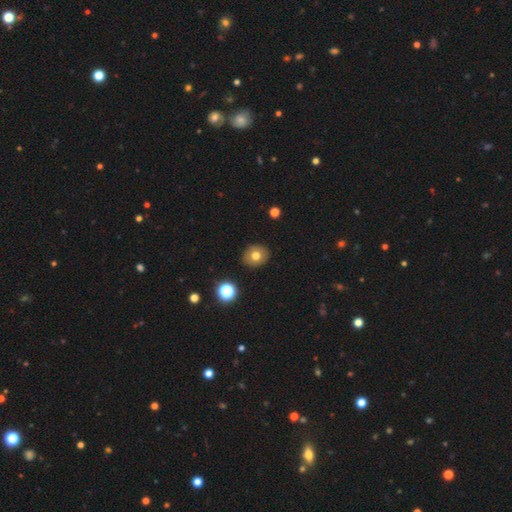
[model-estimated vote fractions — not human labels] This is likely a smooth galaxy (71%). How rounded: likely round (71%). Merging: clearly none (88%).